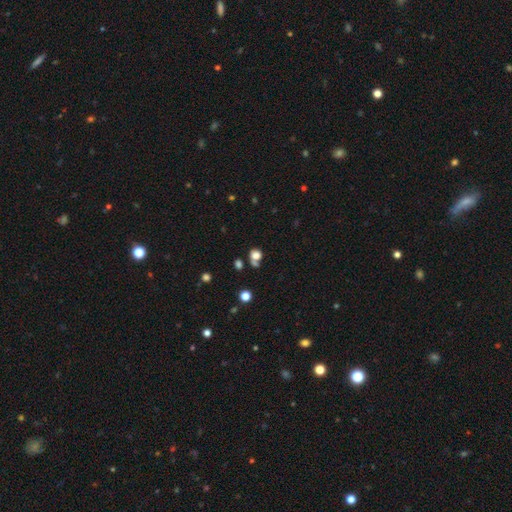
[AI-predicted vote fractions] A smooth galaxy with no disk features (75%) that is round (73%). Merging: none (53%).